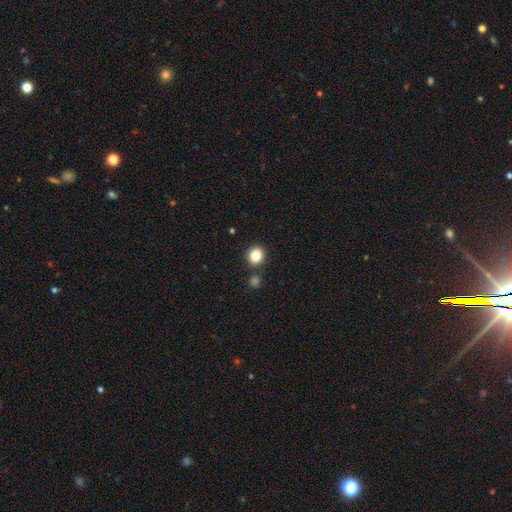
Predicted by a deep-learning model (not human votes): smooth-or-featured: smooth: 85% | star or artifact: 11% | featured or disk: 5%
  how-rounded: round: 82% | in between: 17% | cigar-shaped: 1%
  merging: none: 84% | minor disturbance: 7% | merger: 7% | major disturbance: 2%